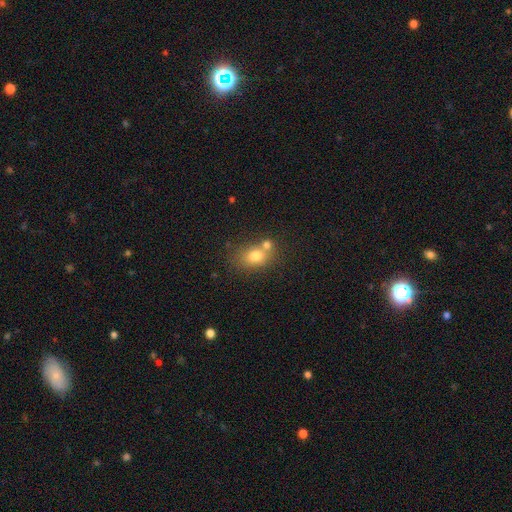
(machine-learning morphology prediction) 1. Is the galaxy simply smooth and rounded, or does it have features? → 74% smooth, 14% featured or disk, 12% star or artifact.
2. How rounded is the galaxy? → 55% in between, 43% round, 1% cigar-shaped.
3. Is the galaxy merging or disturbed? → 50% none, 32% merger, 13% minor disturbance, 5% major disturbance.